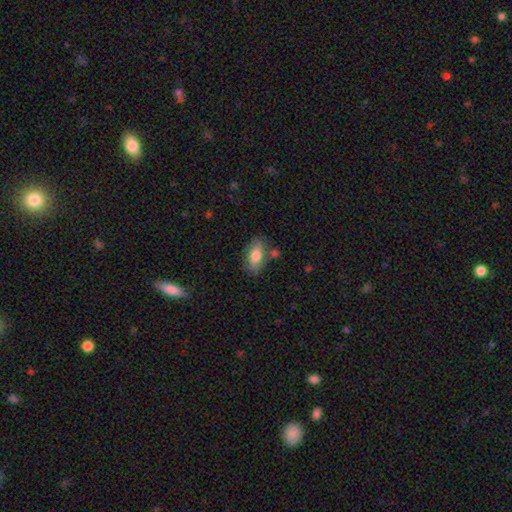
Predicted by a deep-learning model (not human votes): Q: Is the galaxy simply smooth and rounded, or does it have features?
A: smooth — 72%.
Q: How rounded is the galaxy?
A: in between — 86%.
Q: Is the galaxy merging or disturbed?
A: none — 71%.